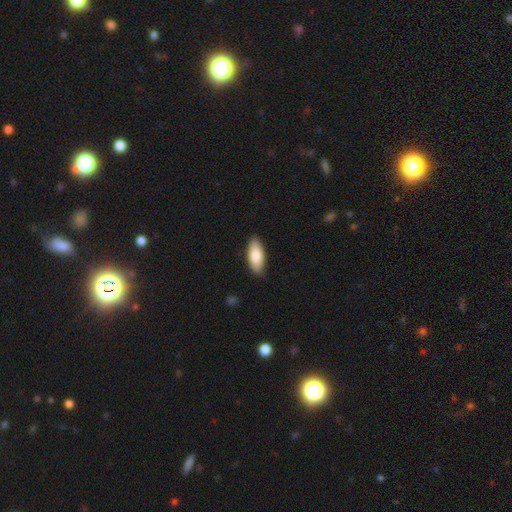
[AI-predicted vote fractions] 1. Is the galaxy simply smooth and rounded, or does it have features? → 82% smooth, 12% featured or disk, 5% star or artifact.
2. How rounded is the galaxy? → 83% in between, 15% cigar-shaped, 2% round.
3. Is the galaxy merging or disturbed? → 87% none, 11% minor disturbance, 2% major disturbance, 1% merger.